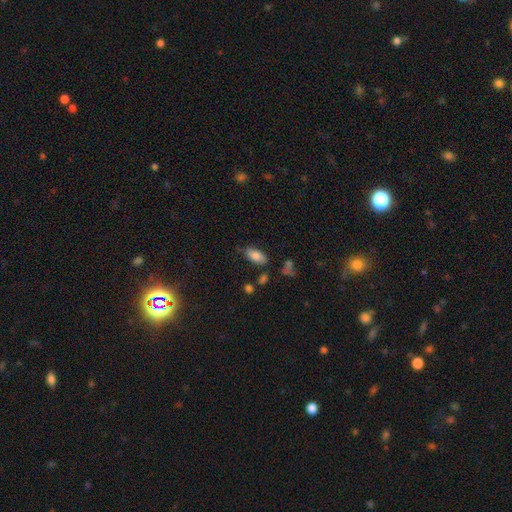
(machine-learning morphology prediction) This appears to be a smooth galaxy with no disk features (81%) that is in between round and cigar-shaped (91%). Merging: none (71%).